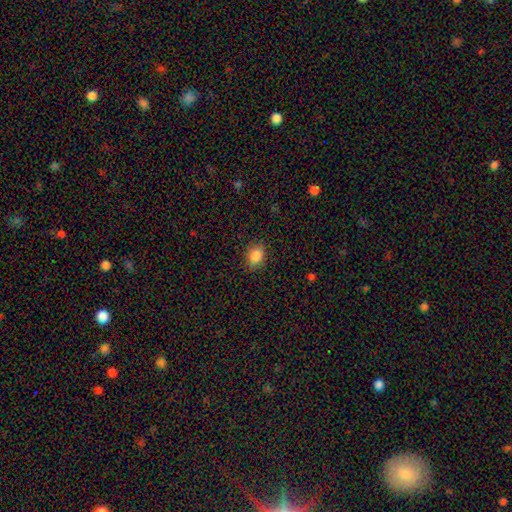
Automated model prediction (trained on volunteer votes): This appears to be a smooth galaxy with no disk features (87%) that is in between round and cigar-shaped (68%). Merging: none (86%).